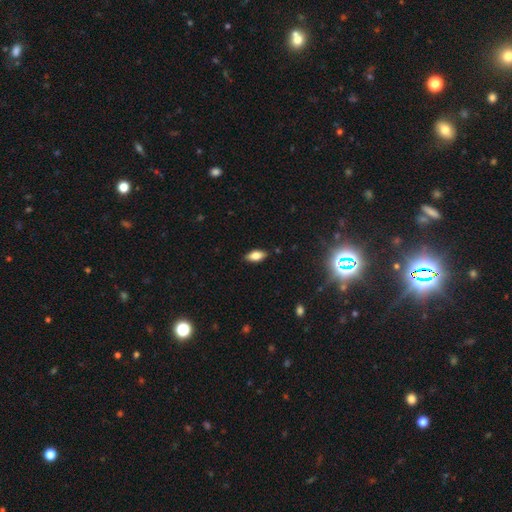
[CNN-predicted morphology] A smooth galaxy with no disk features (75%) that is in between round and cigar-shaped (87%).

Vote fractions:
- Smooth or featured? smooth: 75% / featured or disk: 17% / star or artifact: 8%
- How rounded? in between: 87% / cigar-shaped: 10% / round: 3%
- Merging? none: 86% / minor disturbance: 10% / major disturbance: 2% / merger: 1%